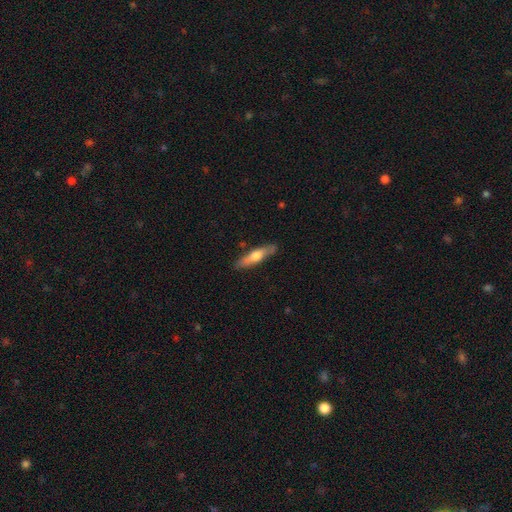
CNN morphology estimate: This appears to be a smooth galaxy with no disk features (54%) that is cigar-shaped (79%). Merging: none (85%).